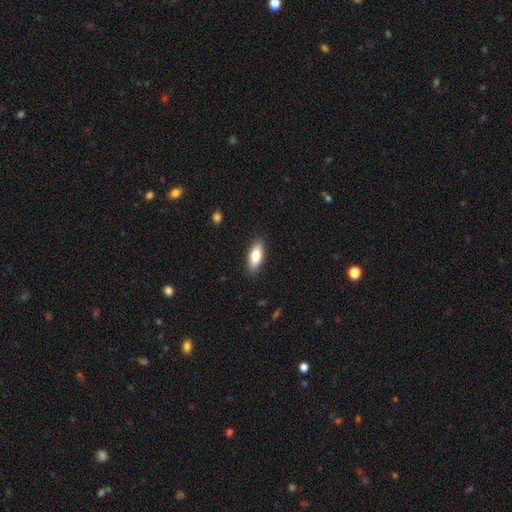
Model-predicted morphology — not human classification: Smooth or featured: smooth — 79% (featured or disk — 15%)
How rounded: in between — 72% (cigar-shaped — 26%)
Merging: none — 88% (minor disturbance — 9%)